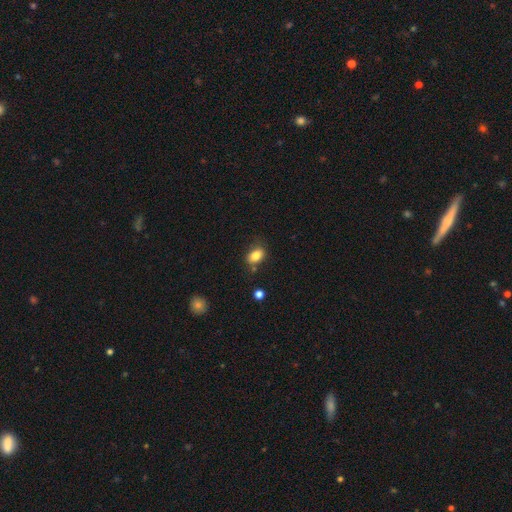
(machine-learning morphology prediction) The model was most divided on "merging": none: 71%, minor disturbance: 18%, merger: 6%, major disturbance: 4%. More confident: smooth or featured — smooth (84%); how rounded — in between (81%).